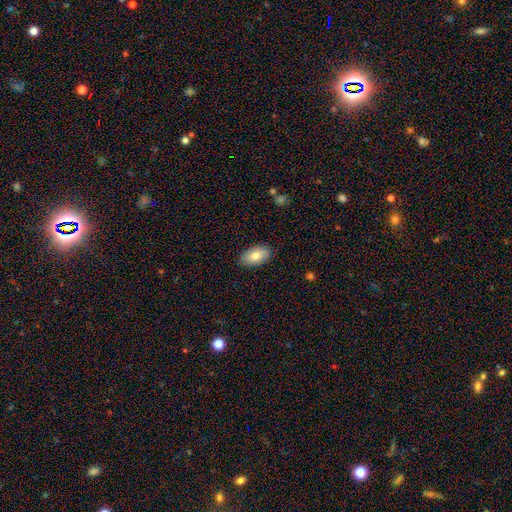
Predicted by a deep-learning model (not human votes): smooth 78%, featured or disk 16%, star or artifact 6%. Down the decision tree: how rounded — in between (94%); merging — none (87%).